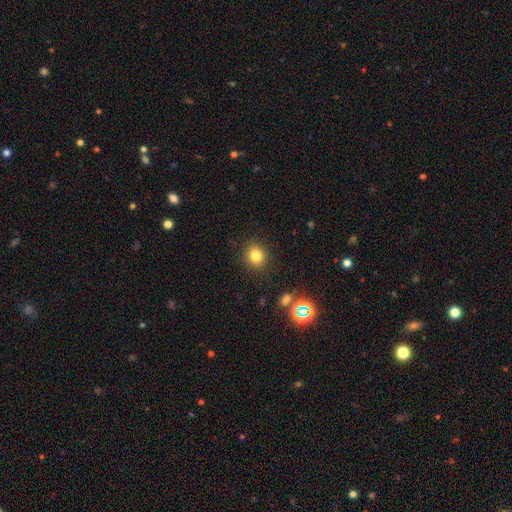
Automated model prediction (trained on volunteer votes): Smooth or featured? Predicted: smooth (p=0.79). How rounded? Predicted: round (p=0.85). Merging? Predicted: none (p=0.89).